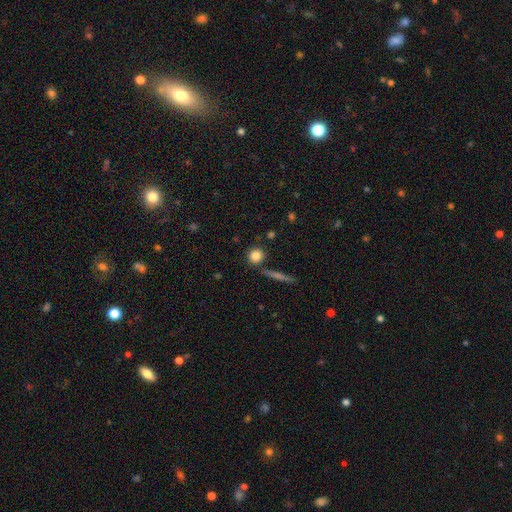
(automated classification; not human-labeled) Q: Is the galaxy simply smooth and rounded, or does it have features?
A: smooth — 83%.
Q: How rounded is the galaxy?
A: round — 88%.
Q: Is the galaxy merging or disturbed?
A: none — 83%.